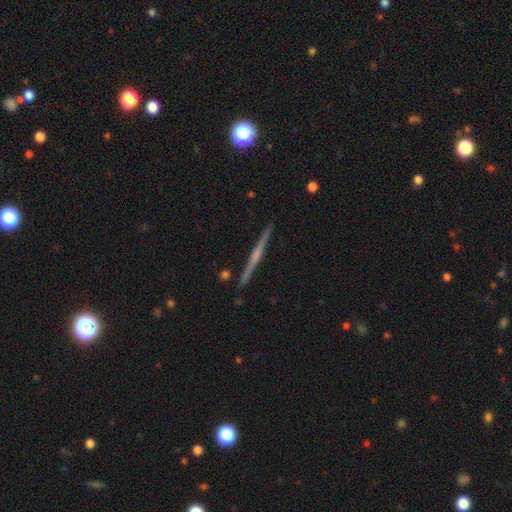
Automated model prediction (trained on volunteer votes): Morphology: type=featured or disk (73%); edge-on=yes (98%); edge-on bulge=rounded (45%); merging=none (92%).